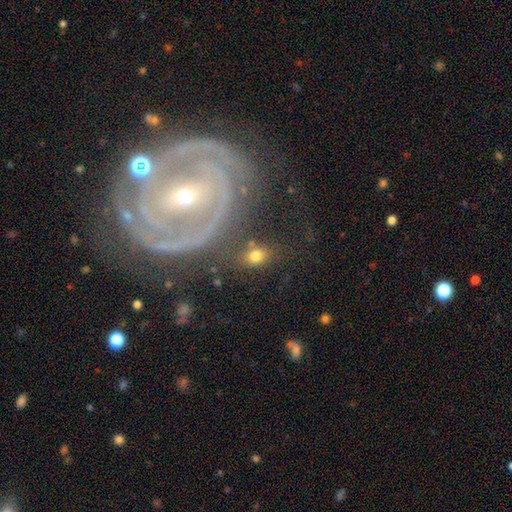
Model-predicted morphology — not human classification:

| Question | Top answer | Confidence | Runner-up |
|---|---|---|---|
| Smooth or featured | smooth | 71% | featured or disk (16%) |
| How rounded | in between | 61% | round (37%) |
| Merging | none | 70% | minor disturbance (14%) |